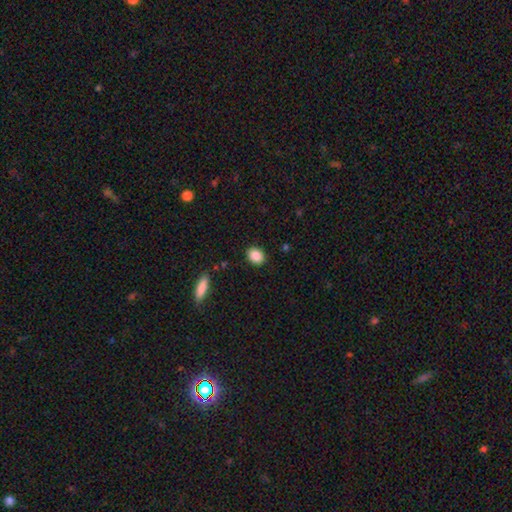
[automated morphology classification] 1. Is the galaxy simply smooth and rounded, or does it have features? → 88% smooth, 8% star or artifact, 4% featured or disk.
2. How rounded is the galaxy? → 63% in between, 36% round, 1% cigar-shaped.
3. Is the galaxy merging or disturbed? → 88% none, 8% minor disturbance, 2% major disturbance, 1% merger.